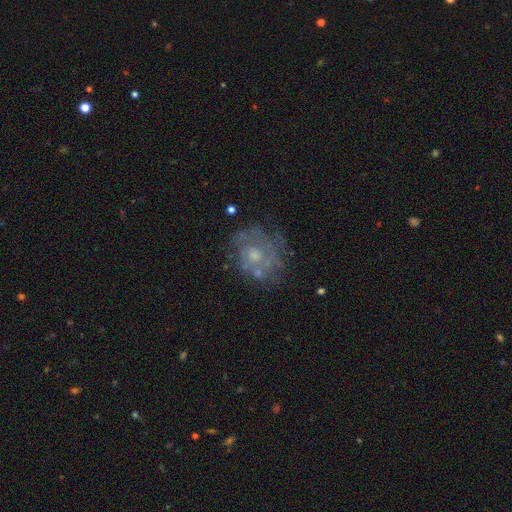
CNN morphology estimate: Smooth or featured: featured or disk — 68% (smooth — 23%)
Edge-on disk: no — 97% (yes — 3%)
Bar: no — 83% (weak — 15%)
Spiral arms: yes — 62% (no — 38%)
Bulge size: moderate — 50% (small — 39%)
Merging: none — 62% (minor disturbance — 20%)